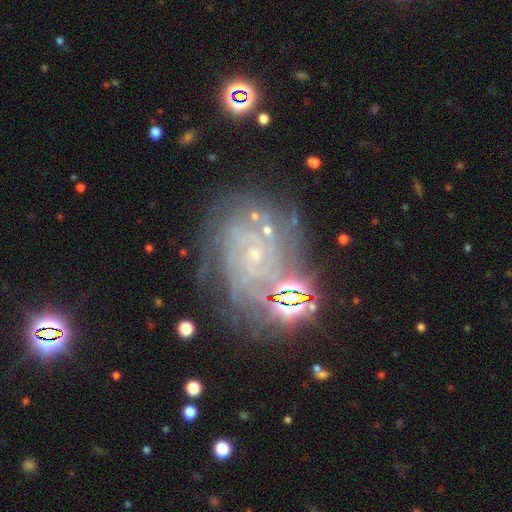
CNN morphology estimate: Smooth or featured? featured or disk (79%)
Edge-on disk? no (97%)
Bar? no (70%)
Spiral arms? yes (93%)
Spiral winding? tight (70%)
Spiral arm count? can't tell (36%)
Bulge size? small (85%)
Merging? none (67%)